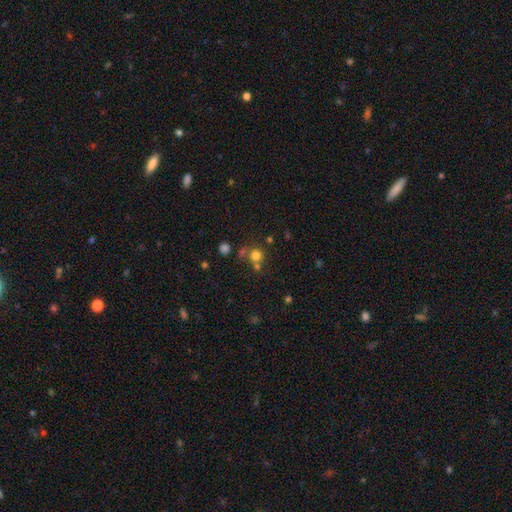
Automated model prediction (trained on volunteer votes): This appears to be a smooth galaxy with no disk features (73%) that is round (90%). Merging: none (61%).